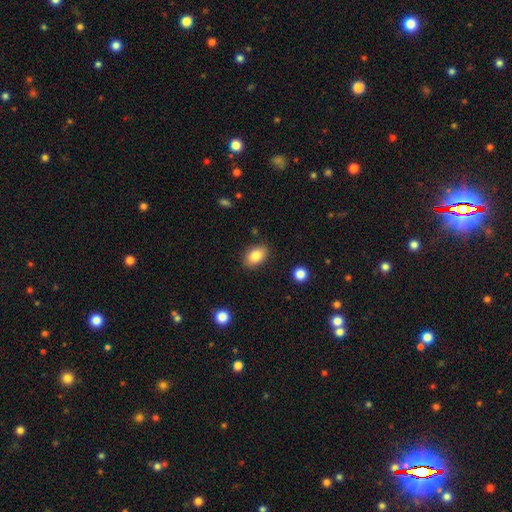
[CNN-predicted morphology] smooth-or-featured: smooth: 85% | star or artifact: 8% | featured or disk: 7%
  how-rounded: in between: 87% | round: 11% | cigar-shaped: 1%
  merging: none: 85% | minor disturbance: 10% | major disturbance: 3% | merger: 2%